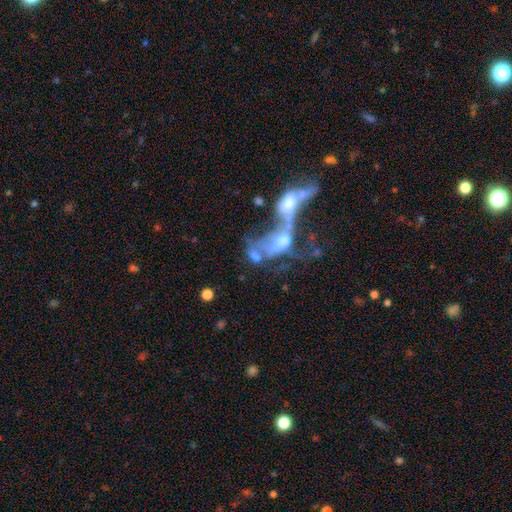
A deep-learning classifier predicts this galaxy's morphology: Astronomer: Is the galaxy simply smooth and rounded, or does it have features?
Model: featured or disk — 48% (runner-up: smooth, 38%).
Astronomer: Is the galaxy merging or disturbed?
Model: merger — 72%.